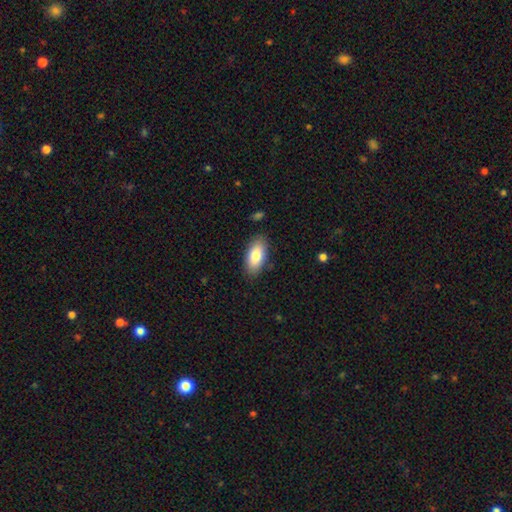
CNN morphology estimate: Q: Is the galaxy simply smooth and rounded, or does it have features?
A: smooth — 83%.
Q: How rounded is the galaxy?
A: in between — 92%.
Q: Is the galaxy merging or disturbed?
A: none — 84%.